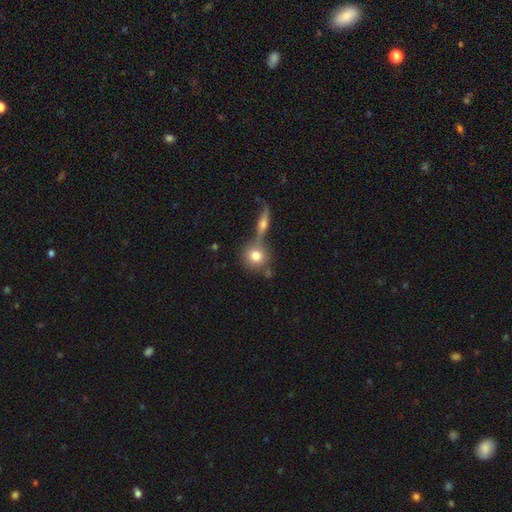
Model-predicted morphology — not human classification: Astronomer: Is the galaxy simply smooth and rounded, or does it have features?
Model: smooth — 75%.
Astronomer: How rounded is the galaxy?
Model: round — 87%.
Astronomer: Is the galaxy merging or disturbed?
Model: none — 56%.